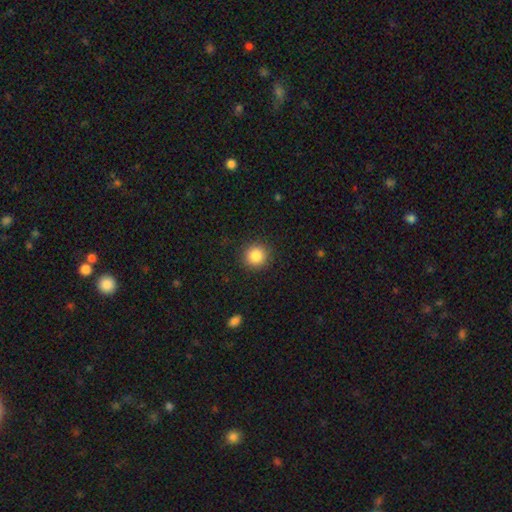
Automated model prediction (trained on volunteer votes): Smooth or featured? Predicted: smooth (p=0.85). How rounded? Predicted: round (p=0.93). Merging? Predicted: none (p=0.91).